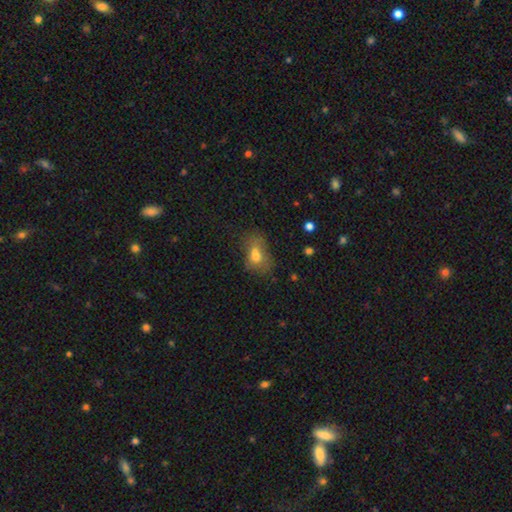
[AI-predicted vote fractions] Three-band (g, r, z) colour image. It shows a smooth galaxy with no disk features (66%) that is in between round and cigar-shaped (71%). Merging: none (32%).